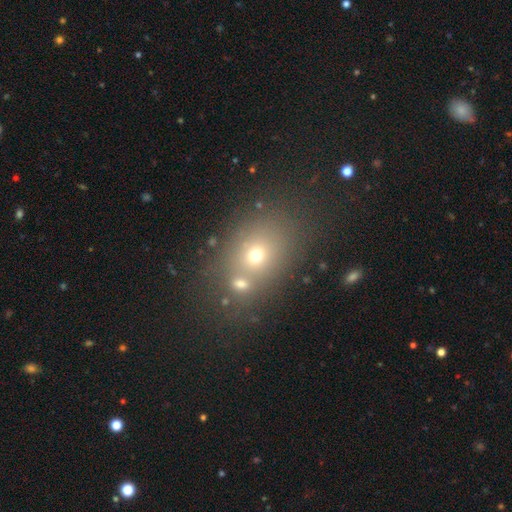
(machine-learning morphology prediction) Smooth or featured? Predicted: smooth (p=0.62). How rounded? Predicted: in between (p=0.52). Merging? Predicted: none (p=0.53).